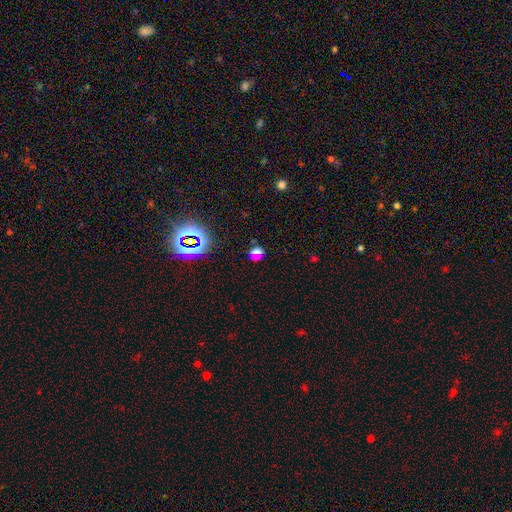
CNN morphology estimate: The model was most divided on "smooth or featured": star or artifact: 45%, smooth: 44%, featured or disk: 10%.